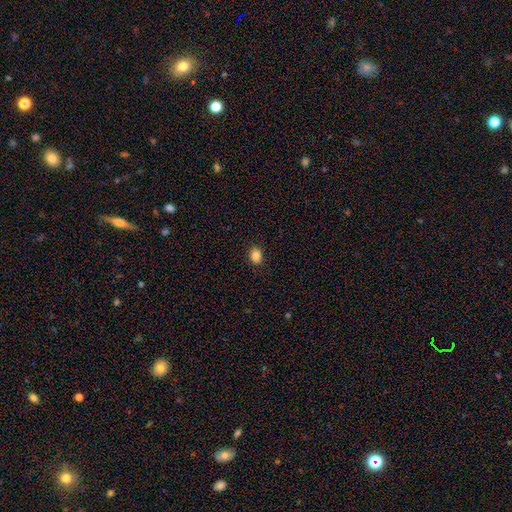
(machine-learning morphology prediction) Smooth or featured: smooth — 86% (star or artifact — 10%)
How rounded: in between — 54% (round — 45%)
Merging: none — 89% (minor disturbance — 8%)